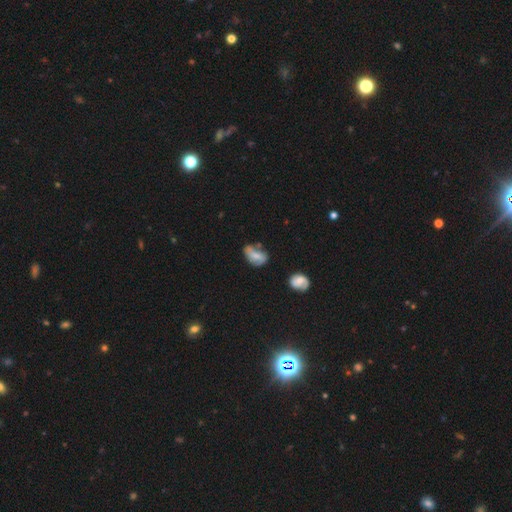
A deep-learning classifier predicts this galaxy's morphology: The model was most divided on "merging": none: 40%, minor disturbance: 35%, major disturbance: 15%, merger: 10%. More confident: how rounded — in between (85%); smooth or featured — smooth (55%).